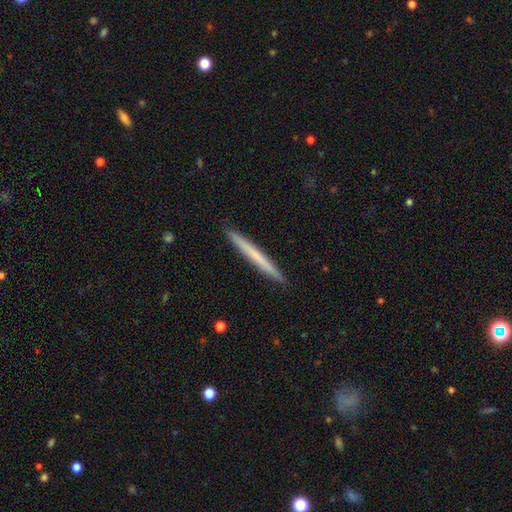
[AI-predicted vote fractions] Smooth or featured? smooth (59%)
How rounded? cigar-shaped (97%)
Merging? none (93%)